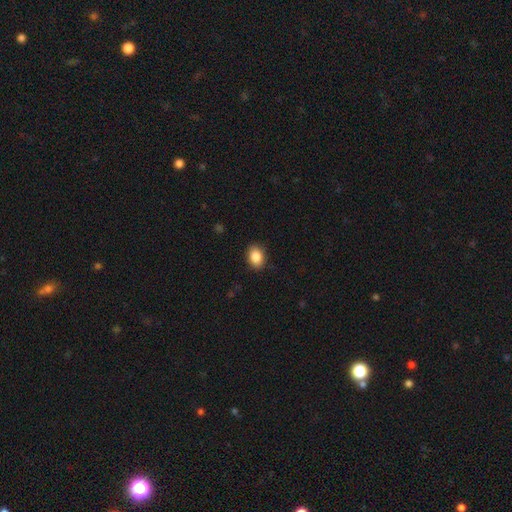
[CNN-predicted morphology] This is clearly a smooth galaxy (87%). How rounded: likely in between (75%). Merging: clearly none (88%).